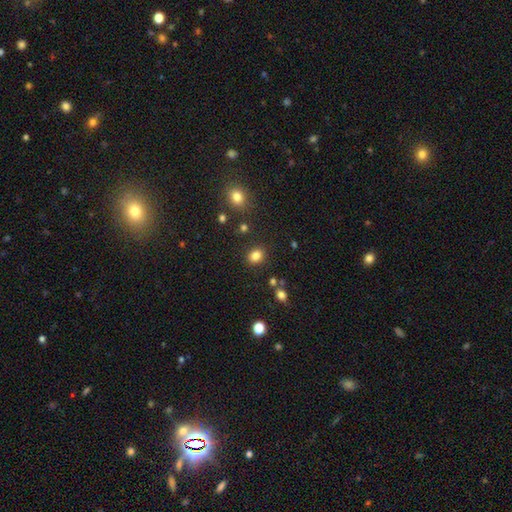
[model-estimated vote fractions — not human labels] smooth_or_featured: smooth (p=0.83) [alt: star or artifact p=0.12]
how_rounded: in between (p=0.50) [alt: round p=0.49]
merging: none (p=0.85) [alt: minor disturbance p=0.09]